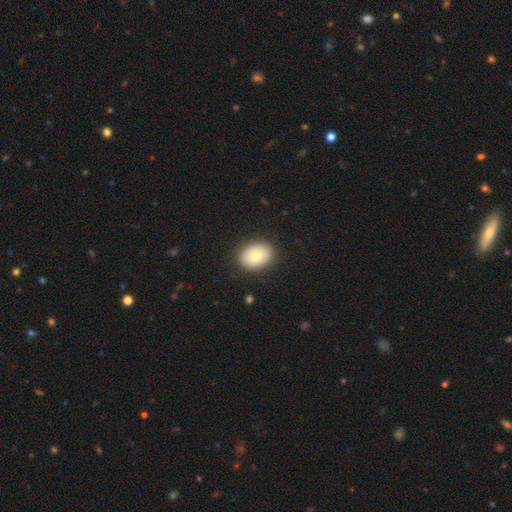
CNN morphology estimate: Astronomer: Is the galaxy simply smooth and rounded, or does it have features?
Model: smooth — 72%.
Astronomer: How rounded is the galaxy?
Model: in between — 62%.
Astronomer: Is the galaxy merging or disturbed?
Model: none — 88%.